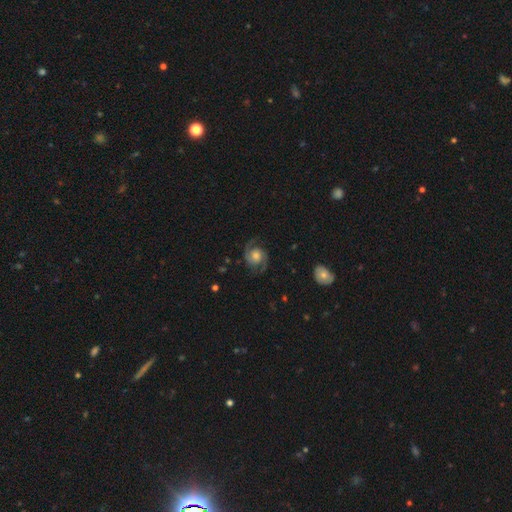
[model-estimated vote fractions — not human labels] The model was most divided on "spiral winding": medium: 54%, tight: 27%, loose: 19%. More confident: edge-on disk — no (98%); spiral arms — yes (98%); spiral arm count — 2 (94%); smooth or featured — featured or disk (87%); merging — none (81%); bar — no (70%); bulge size — moderate (52%).